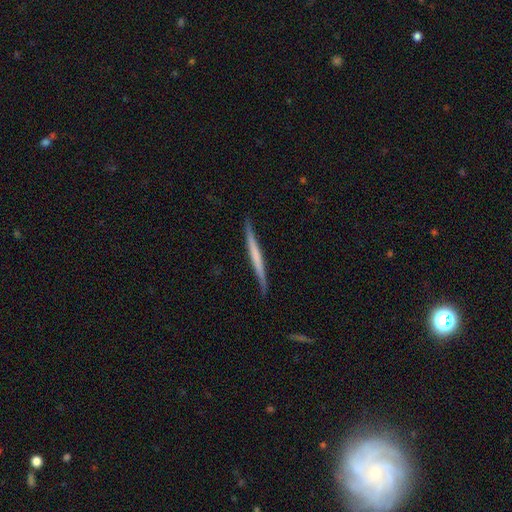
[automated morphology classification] This is possibly a featured or disk galaxy (53%). It is clearly viewed edge-on (97%). Edge-on bulge: likely none (80%). Merging: clearly none (87%).